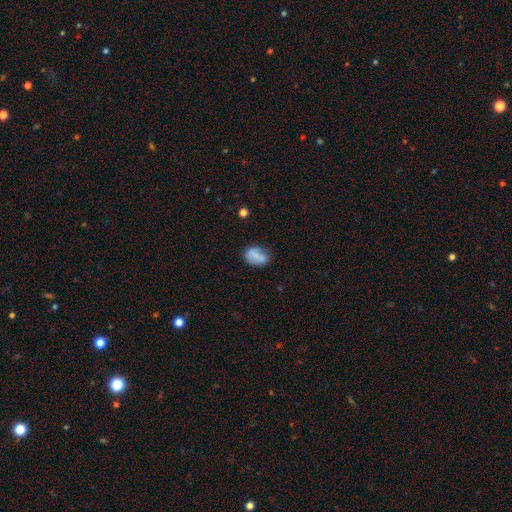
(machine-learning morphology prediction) type=smooth (69%); roundness=in between (72%); merging=none (54%).